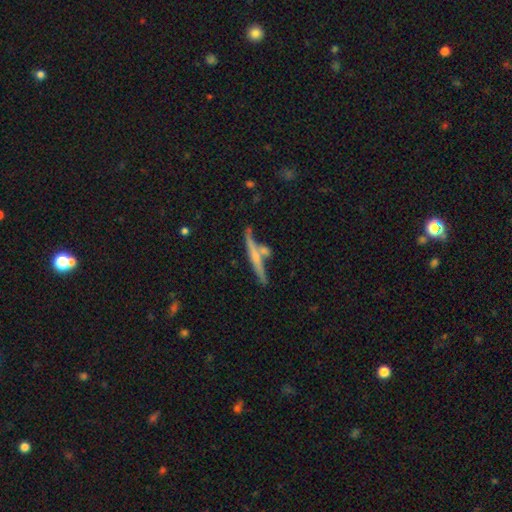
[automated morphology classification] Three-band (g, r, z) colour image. It shows a featured or disk galaxy (56%) viewed edge-on (93%) with a rounded central bulge (53%). Merging: none (56%).